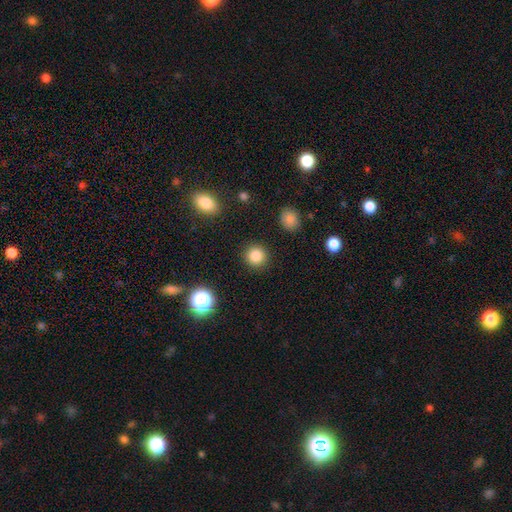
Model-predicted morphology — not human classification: Q: Smooth or featured?
A: smooth (84%); runner-up: star or artifact (12%)
Q: How rounded?
A: round (93%); runner-up: in between (6%)
Q: Merging?
A: none (91%); runner-up: minor disturbance (5%)